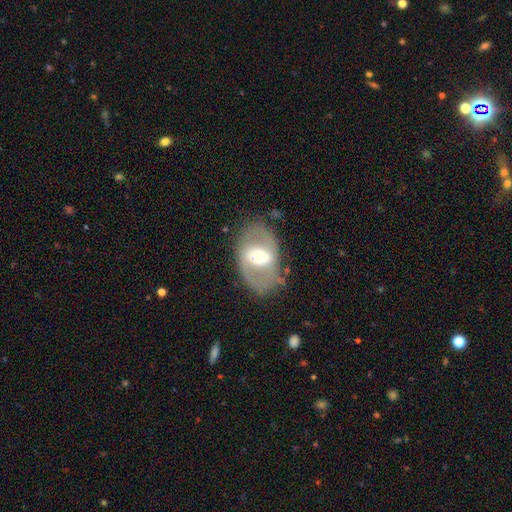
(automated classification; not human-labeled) Smooth or featured? featured or disk (69%)
Edge-on disk? no (94%)
Bar? weak (41%)
Spiral arms? yes (60%)
Bulge size? moderate (61%)
Merging? none (76%)